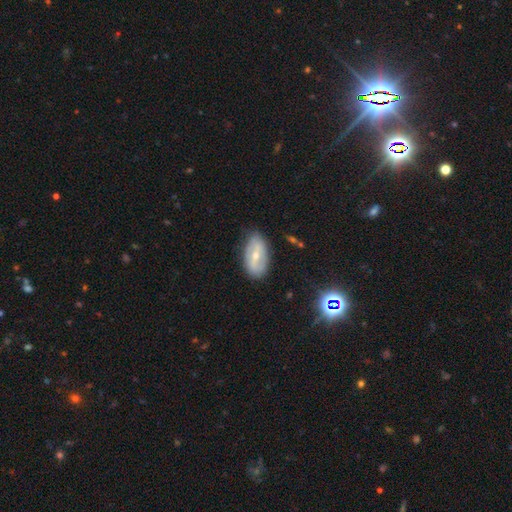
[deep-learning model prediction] This appears to be a featured or disk galaxy (60%) with a weak bar (40%), spiral arms (58%) and a small central bulge (49%). Merging: none (80%).